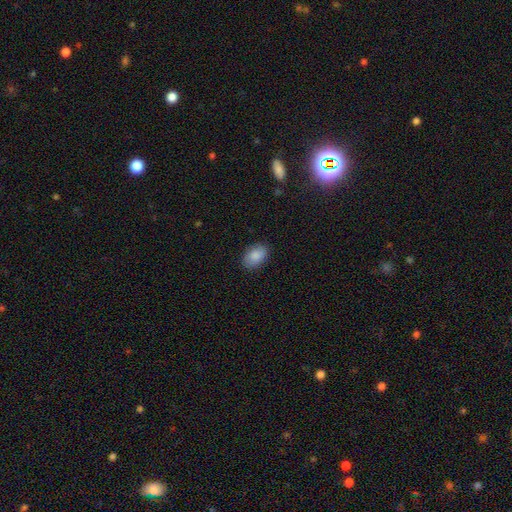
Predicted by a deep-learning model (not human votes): The model was most divided on "merging": none: 87%, minor disturbance: 10%, major disturbance: 2%, merger: 1%. More confident: how rounded — in between (90%); smooth or featured — smooth (88%).